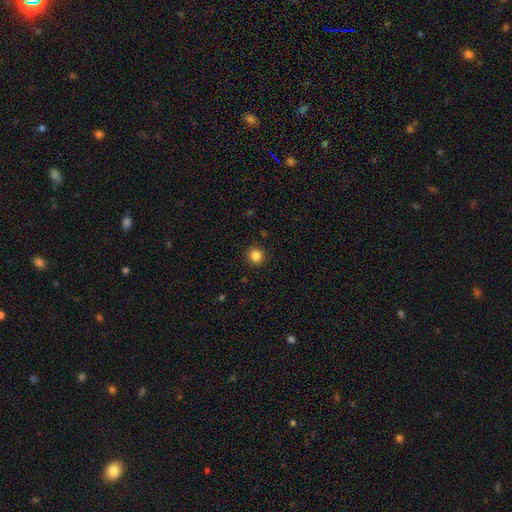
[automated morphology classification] Overall: smooth (84%). How rounded: round (95%). Merging: none (92%).